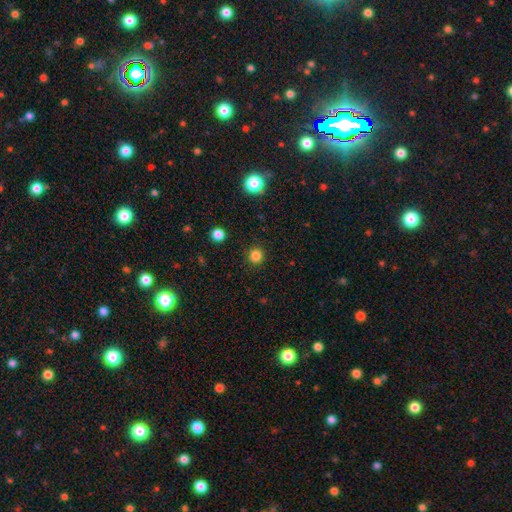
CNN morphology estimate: Smooth or featured?
  - smooth: 83% *
  - star or artifact: 14%
  - featured or disk: 4%
How rounded?
  - round: 94% *
  - in between: 5%
  - cigar-shaped: 1%
Merging?
  - none: 92% *
  - minor disturbance: 5%
  - major disturbance: 2%
  - merger: 1%